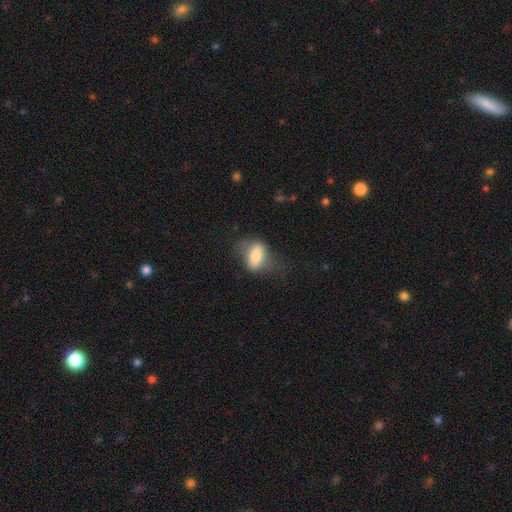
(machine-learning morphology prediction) smooth-or-featured: smooth: 72% | featured or disk: 20% | star or artifact: 8%
  how-rounded: in between: 84% | round: 12% | cigar-shaped: 4%
  merging: none: 50% | minor disturbance: 27% | major disturbance: 20% | merger: 2%